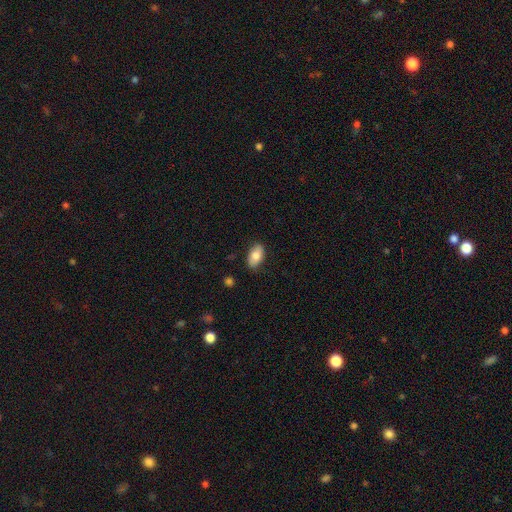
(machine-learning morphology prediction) A smooth galaxy with no disk features (81%) that is in between round and cigar-shaped (93%). Merging: none (86%).